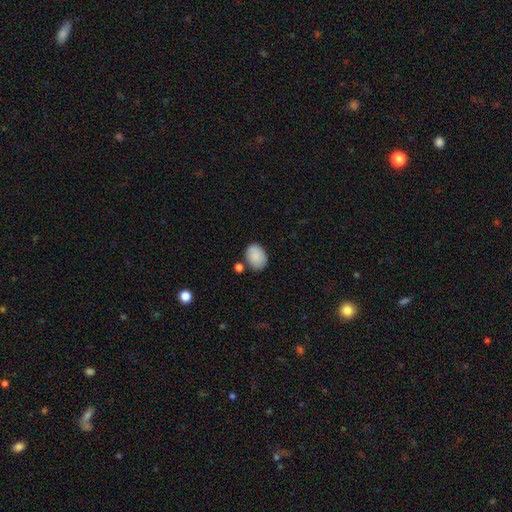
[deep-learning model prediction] smooth_or_featured: smooth (p=0.87) [alt: star or artifact p=0.07]
how_rounded: in between (p=0.77) [alt: round p=0.22]
merging: none (p=0.75) [alt: minor disturbance p=0.15]